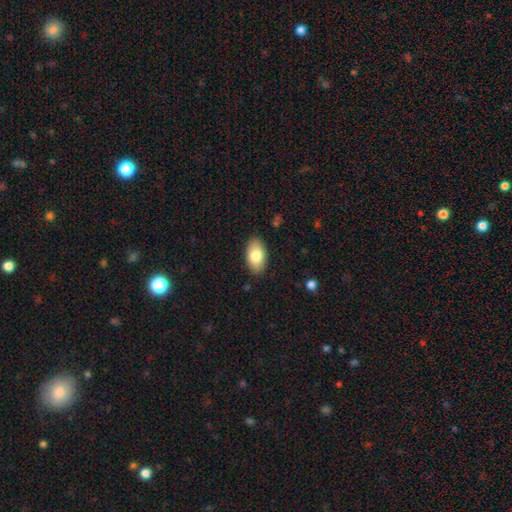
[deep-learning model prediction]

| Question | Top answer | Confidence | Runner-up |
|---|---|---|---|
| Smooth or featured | smooth | 80% | featured or disk (13%) |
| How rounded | in between | 94% | round (4%) |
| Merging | none | 87% | minor disturbance (10%) |